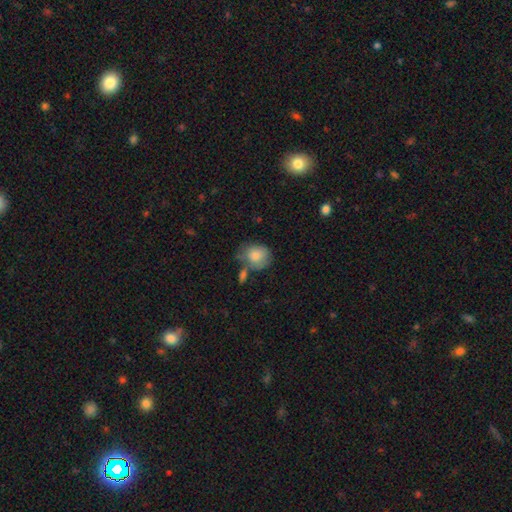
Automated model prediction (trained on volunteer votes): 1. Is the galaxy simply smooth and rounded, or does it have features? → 82% smooth, 11% featured or disk, 7% star or artifact.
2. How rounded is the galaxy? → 63% round, 36% in between, 1% cigar-shaped.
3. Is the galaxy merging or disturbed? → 46% none, 25% minor disturbance, 19% merger, 11% major disturbance.